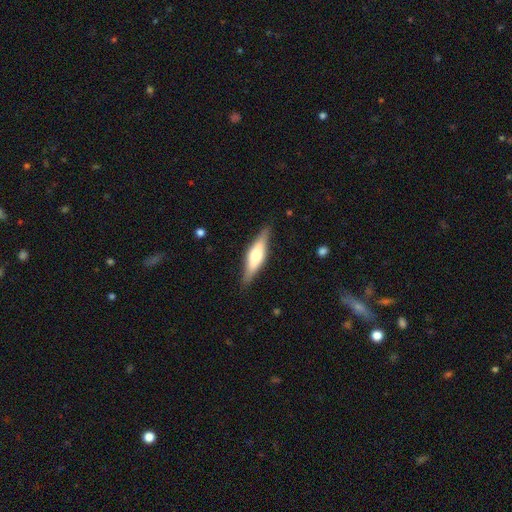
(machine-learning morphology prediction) A featured or disk galaxy (52%) viewed edge-on (91%). Merging: none (85%).